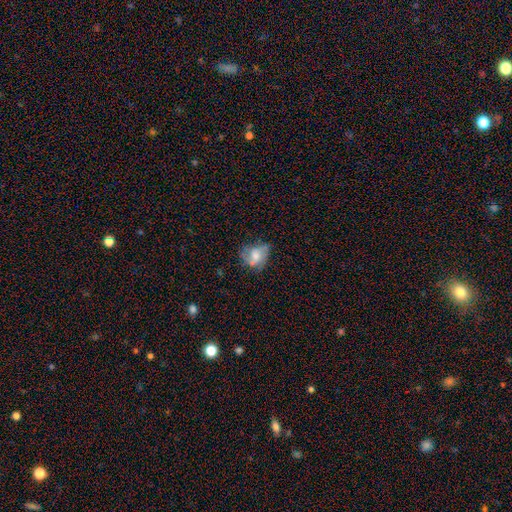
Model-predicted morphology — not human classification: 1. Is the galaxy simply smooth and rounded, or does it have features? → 52% smooth, 39% featured or disk, 9% star or artifact.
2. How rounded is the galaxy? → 53% in between, 46% round, 1% cigar-shaped.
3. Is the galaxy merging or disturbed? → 46% none, 30% minor disturbance, 19% major disturbance, 5% merger.